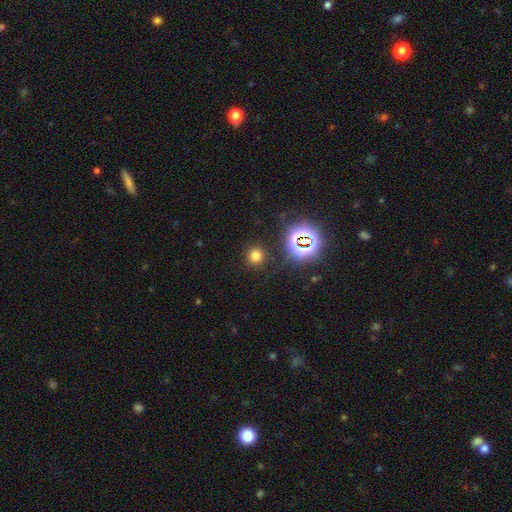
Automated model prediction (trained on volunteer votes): smooth-or-featured: smooth: 68% | star or artifact: 25% | featured or disk: 7%
  how-rounded: round: 92% | in between: 7% | cigar-shaped: 1%
  merging: none: 89% | minor disturbance: 6% | major disturbance: 3% | merger: 2%